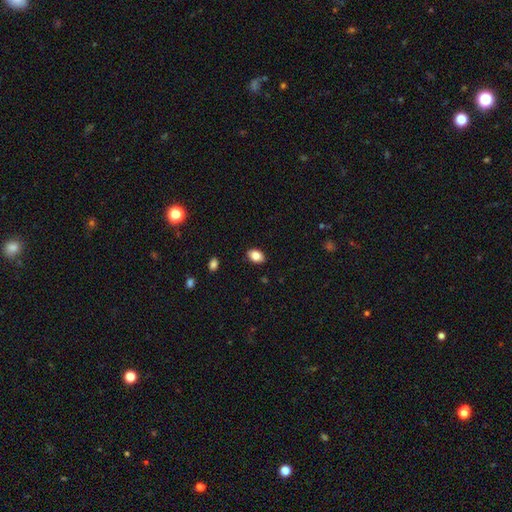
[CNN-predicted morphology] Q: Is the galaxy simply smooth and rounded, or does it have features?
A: smooth — 86%.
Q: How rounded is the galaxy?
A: in between — 83%.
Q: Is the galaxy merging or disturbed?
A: none — 87%.